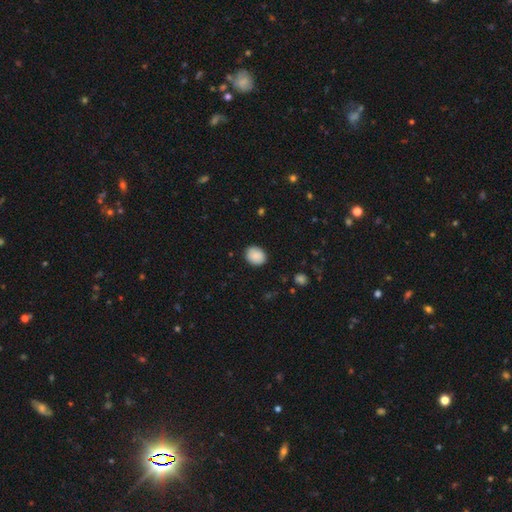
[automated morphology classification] smooth-or-featured: smooth: 89% | star or artifact: 7% | featured or disk: 4%
  how-rounded: round: 58% | in between: 41% | cigar-shaped: 1%
  merging: none: 88% | minor disturbance: 9% | major disturbance: 2% | merger: 1%